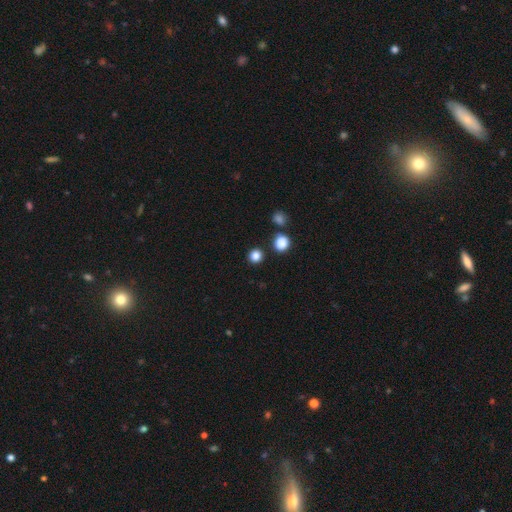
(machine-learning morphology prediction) smooth-or-featured: smooth: 84% | star or artifact: 13% | featured or disk: 3%
  how-rounded: round: 92% | in between: 7% | cigar-shaped: 1%
  merging: none: 88% | minor disturbance: 5% | merger: 4% | major disturbance: 2%